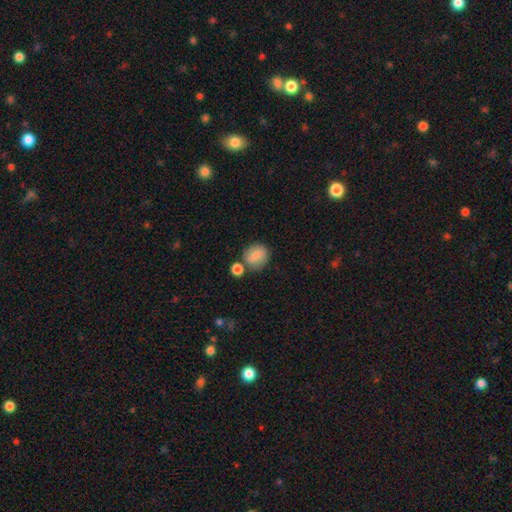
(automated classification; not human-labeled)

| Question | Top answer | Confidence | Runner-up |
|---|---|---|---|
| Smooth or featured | smooth | 84% | featured or disk (8%) |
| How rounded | round | 75% | in between (23%) |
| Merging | none | 64% | merger (17%) |